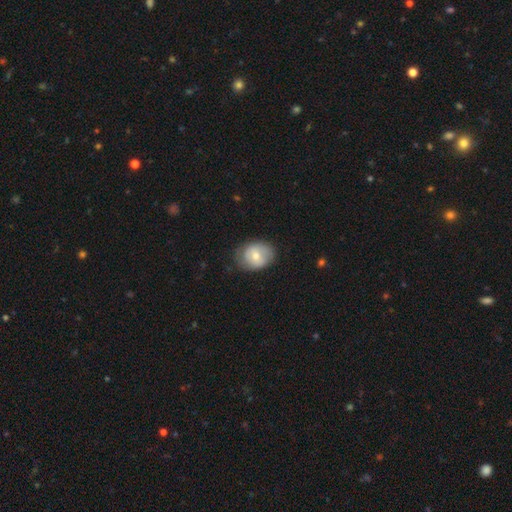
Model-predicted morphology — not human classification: A smooth galaxy with no disk features (64%) that is in between round and cigar-shaped (55%). Merging: none (73%).